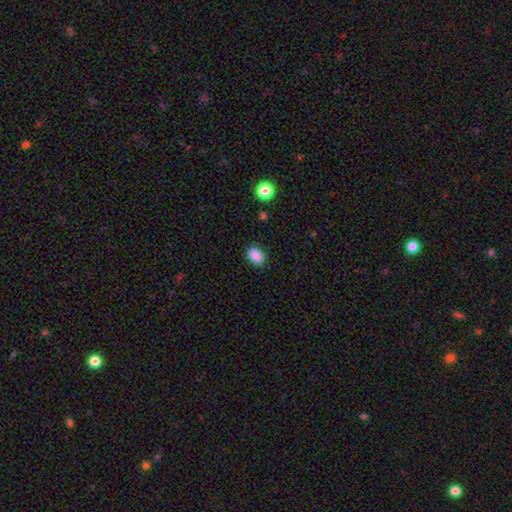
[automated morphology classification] smooth_or_featured: smooth (p=0.88) [alt: star or artifact p=0.09]
how_rounded: in between (p=0.78) [alt: round p=0.20]
merging: none (p=0.86) [alt: minor disturbance p=0.10]